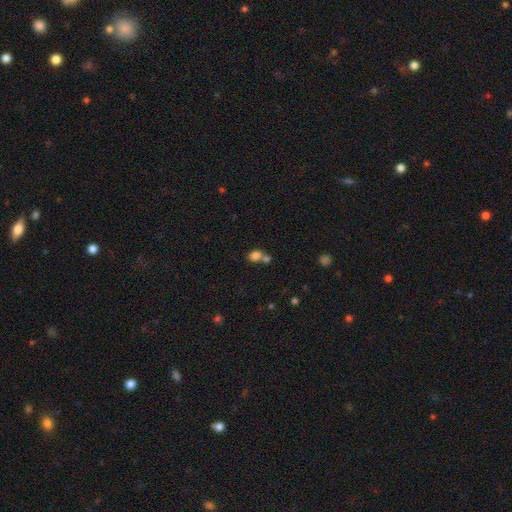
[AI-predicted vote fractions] smooth 81%, star or artifact 11%, featured or disk 8%. Down the decision tree: how rounded — in between (55%); merging — merger (45%).